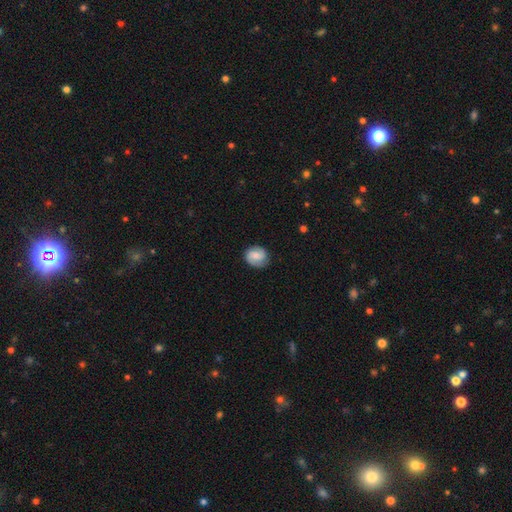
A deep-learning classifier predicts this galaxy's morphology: Overall: featured or disk (50%; smooth 43%). Merging: none (81%).